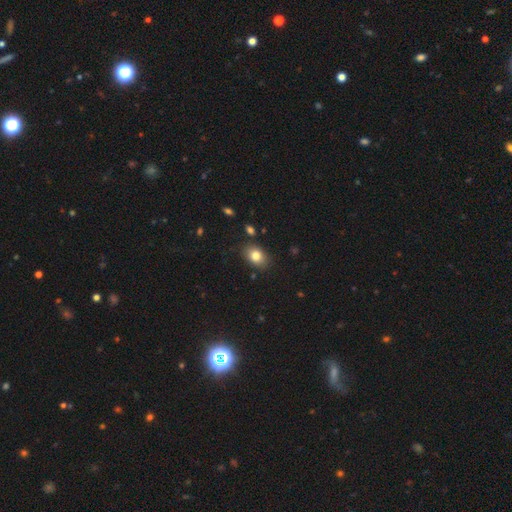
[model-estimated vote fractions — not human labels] Smooth or featured? Predicted: smooth (p=0.82). How rounded? Predicted: in between (p=0.71). Merging? Predicted: none (p=0.82).